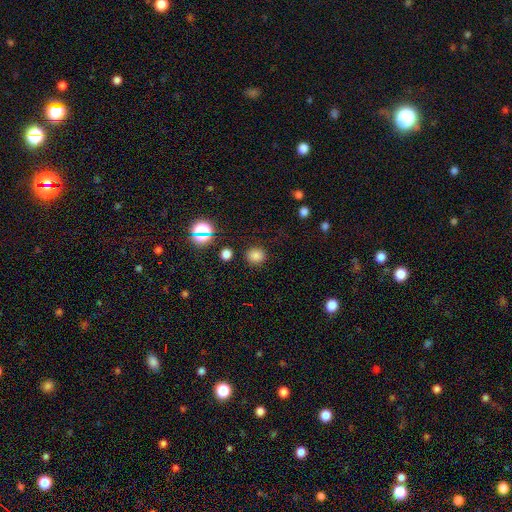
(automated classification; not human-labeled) A smooth galaxy with no disk features (78%) that is round (81%).

Vote fractions:
- Smooth or featured? smooth: 78% / star or artifact: 17% / featured or disk: 4%
- How rounded? round: 81% / in between: 18% / cigar-shaped: 1%
- Merging? none: 86% / minor disturbance: 8% / major disturbance: 3% / merger: 2%